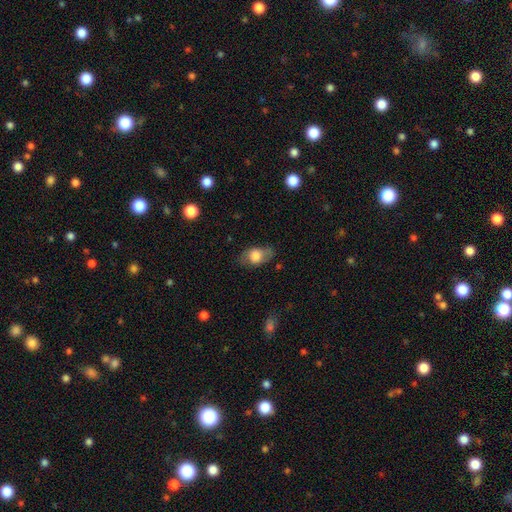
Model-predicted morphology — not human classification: smooth 68%, featured or disk 24%, star or artifact 7%. Down the decision tree: how rounded — in between (81%); merging — none (67%).